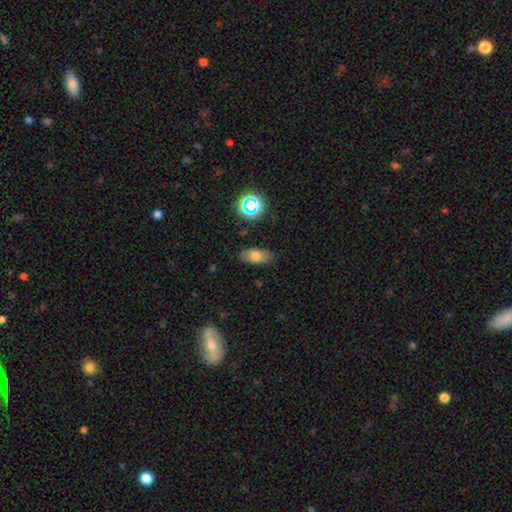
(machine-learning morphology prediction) A smooth galaxy with no disk features (71%) that is in between round and cigar-shaped (86%). Merging: none (82%).